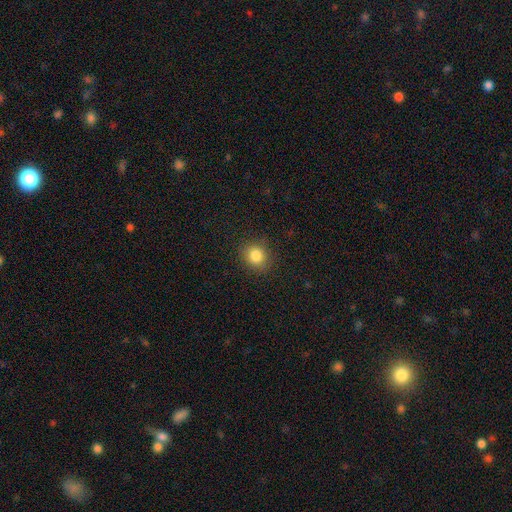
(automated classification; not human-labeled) A smooth galaxy with no disk features (84%) that is round (81%). Merging: none (89%).